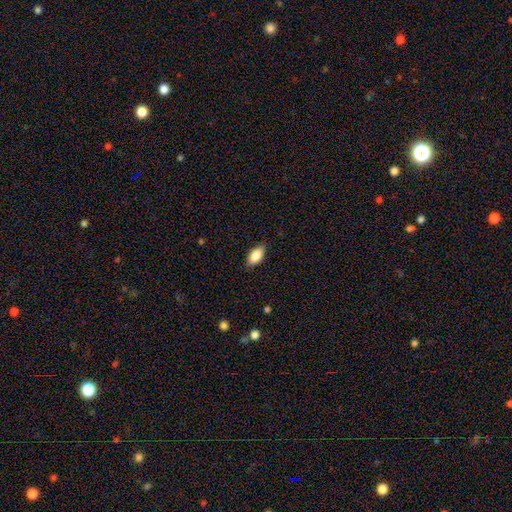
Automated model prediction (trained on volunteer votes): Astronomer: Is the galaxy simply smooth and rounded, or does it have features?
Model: smooth — 86%.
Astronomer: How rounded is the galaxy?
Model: in between — 92%.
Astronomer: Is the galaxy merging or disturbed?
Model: none — 85%.